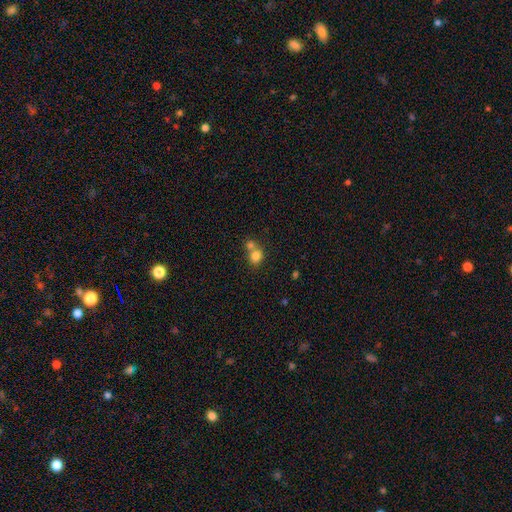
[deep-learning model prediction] Smooth or featured: smooth — 79% (star or artifact — 11%)
How rounded: round — 78% (in between — 21%)
Merging: merger — 50% (none — 40%)